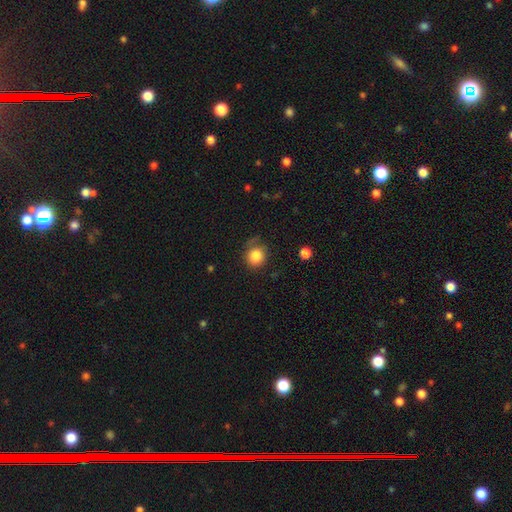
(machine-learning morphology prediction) A smooth galaxy with no disk features (84%) that is round (80%). Merging: none (67%).